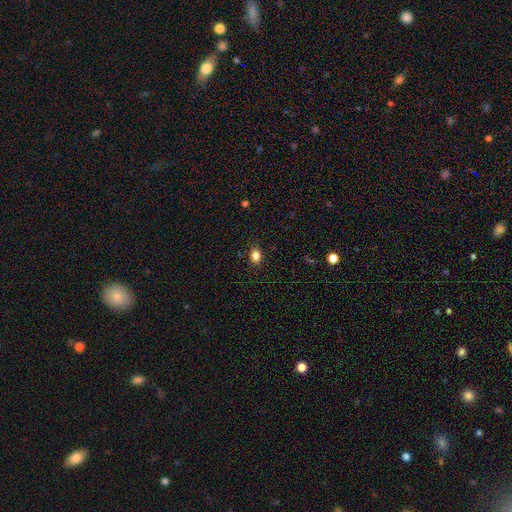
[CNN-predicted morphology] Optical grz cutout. It shows a smooth galaxy with no disk features (84%) that is in between round and cigar-shaped (68%). Merging: none (87%).